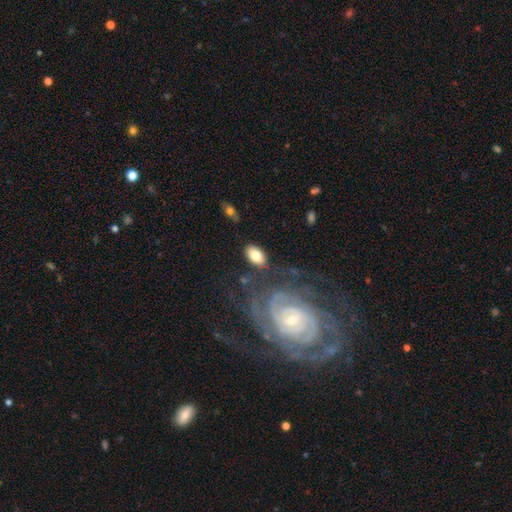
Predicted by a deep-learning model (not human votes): The model was most divided on "smooth or featured": smooth: 76%, featured or disk: 18%, star or artifact: 7%. More confident: how rounded — in between (91%); merging — none (76%).